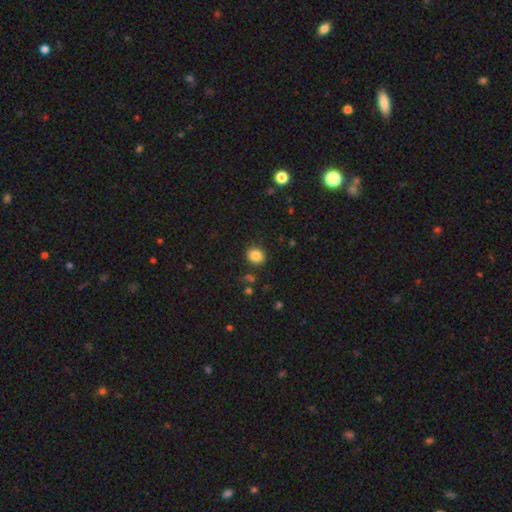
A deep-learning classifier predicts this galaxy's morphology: smooth 85%, star or artifact 11%, featured or disk 4%. Down the decision tree: how rounded — round (71%); merging — none (87%).